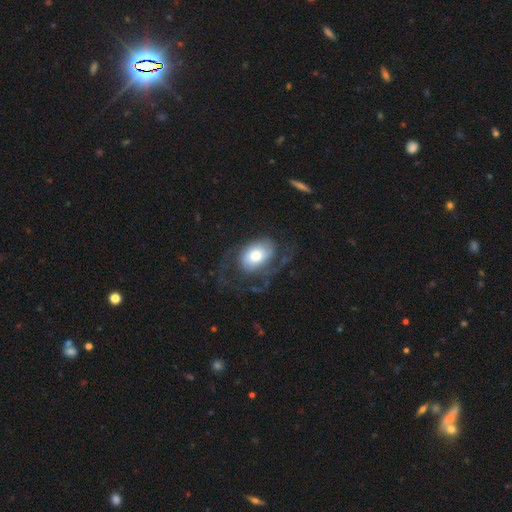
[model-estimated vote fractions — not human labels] Q: Smooth or featured?
A: featured or disk (57%); runner-up: smooth (37%)
Q: Edge-on disk?
A: no (95%); runner-up: yes (5%)
Q: Bar?
A: no (76%); runner-up: weak (18%)
Q: Spiral arms?
A: yes (75%); runner-up: no (25%)
Q: Bulge size?
A: moderate (52%); runner-up: large (32%)
Q: Merging?
A: none (42%); runner-up: major disturbance (37%)